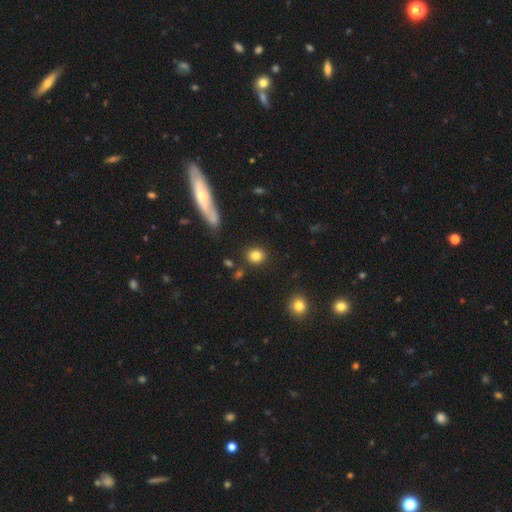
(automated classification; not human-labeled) Smooth or featured?
  - smooth: 83% *
  - star or artifact: 10%
  - featured or disk: 6%
How rounded?
  - round: 78% *
  - in between: 20%
  - cigar-shaped: 2%
Merging?
  - none: 86% *
  - minor disturbance: 8%
  - merger: 3%
  - major disturbance: 3%